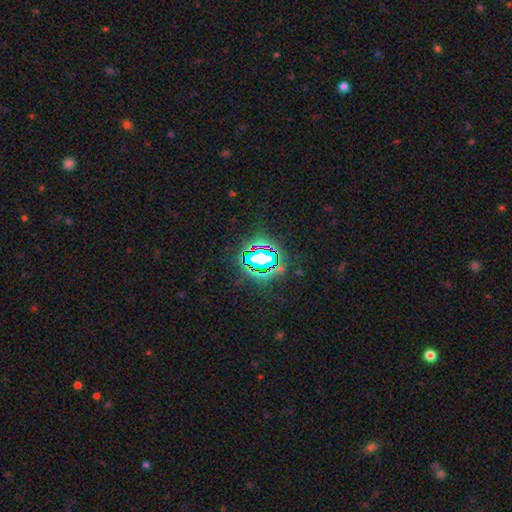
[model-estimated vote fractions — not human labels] Morphology: type=star or artifact (72%).